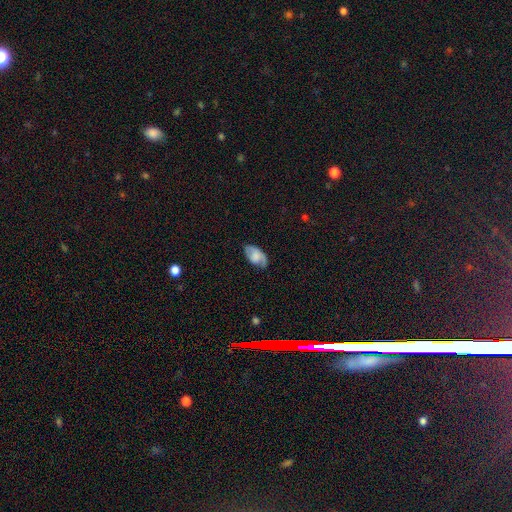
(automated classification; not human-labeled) Q: Smooth or featured?
A: smooth (55%); runner-up: featured or disk (37%)
Q: How rounded?
A: in between (93%); runner-up: round (5%)
Q: Merging?
A: none (68%); runner-up: minor disturbance (24%)